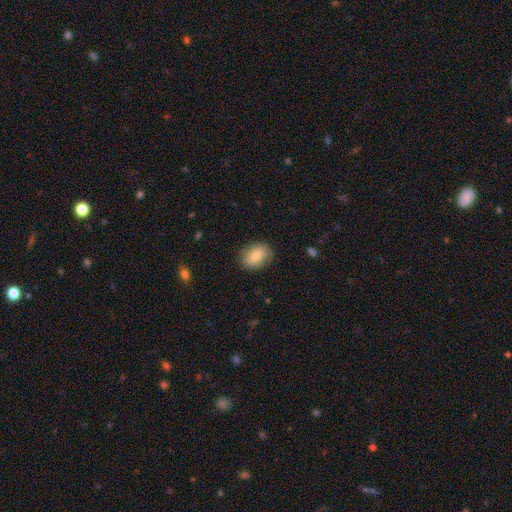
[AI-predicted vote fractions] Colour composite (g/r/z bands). It shows a smooth galaxy with no disk features (77%) that is in between round and cigar-shaped (66%). Merging: none (83%).